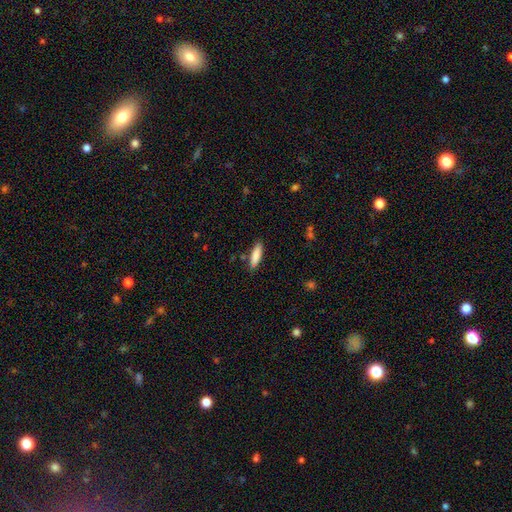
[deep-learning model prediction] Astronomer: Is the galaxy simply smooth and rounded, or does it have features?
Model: smooth — 86%.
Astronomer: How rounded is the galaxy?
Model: cigar-shaped — 60% (runner-up: in between, 39%).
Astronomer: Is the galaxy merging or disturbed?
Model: none — 84%.